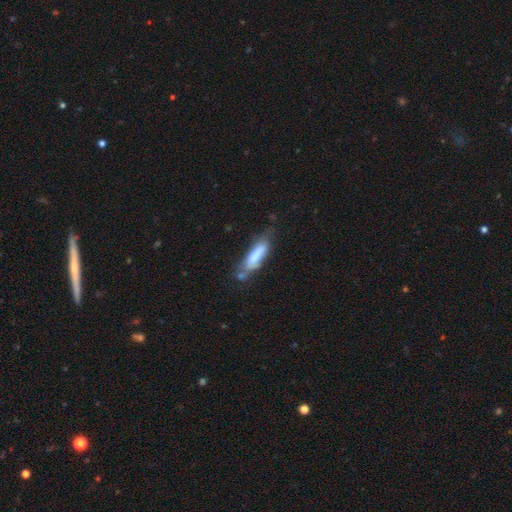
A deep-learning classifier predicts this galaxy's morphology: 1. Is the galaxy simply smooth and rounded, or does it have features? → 70% smooth, 23% featured or disk, 7% star or artifact.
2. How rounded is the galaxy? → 62% cigar-shaped, 36% in between, 2% round.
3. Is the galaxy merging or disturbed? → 44% none, 29% minor disturbance, 15% merger, 12% major disturbance.